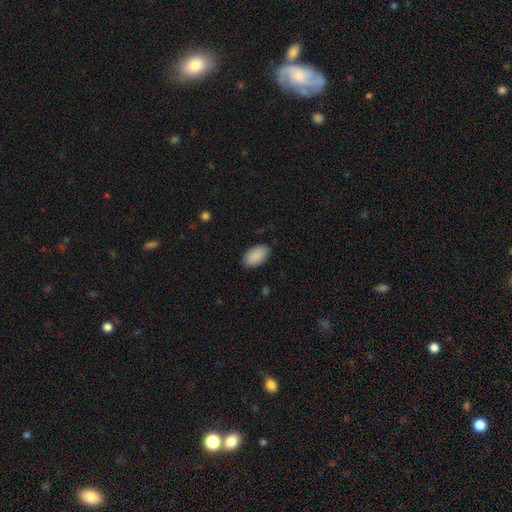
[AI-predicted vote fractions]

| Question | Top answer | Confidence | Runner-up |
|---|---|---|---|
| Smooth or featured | smooth | 91% | star or artifact (6%) |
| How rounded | in between | 95% | round (4%) |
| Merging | none | 88% | minor disturbance (9%) |